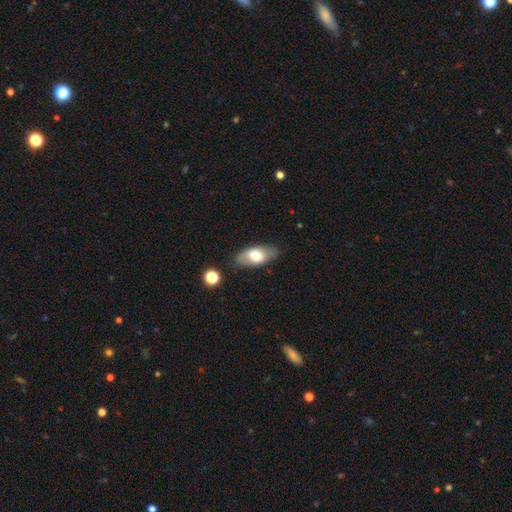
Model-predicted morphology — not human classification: smooth 66%, featured or disk 27%, star or artifact 7%. Down the decision tree: how rounded — in between (88%); merging — none (79%).